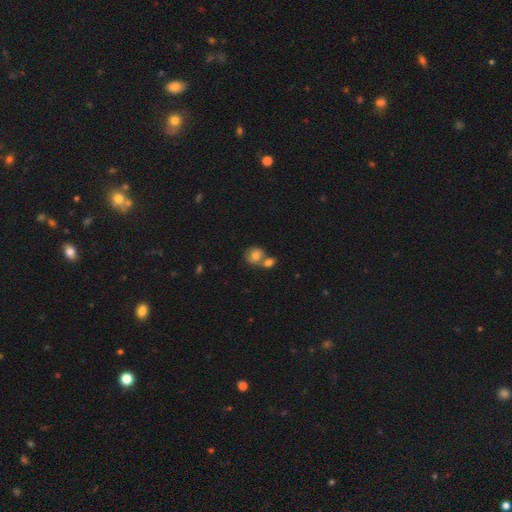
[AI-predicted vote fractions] A smooth galaxy with no disk features (75%) that is round (72%). Merging: merger (48%).